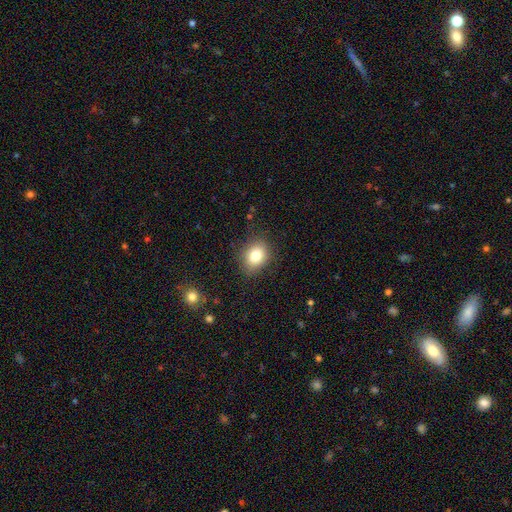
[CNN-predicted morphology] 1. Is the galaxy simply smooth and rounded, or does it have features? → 80% smooth, 10% star or artifact, 9% featured or disk.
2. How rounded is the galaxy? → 50% in between, 49% round, 1% cigar-shaped.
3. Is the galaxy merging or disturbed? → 84% none, 11% minor disturbance, 3% major disturbance, 1% merger.